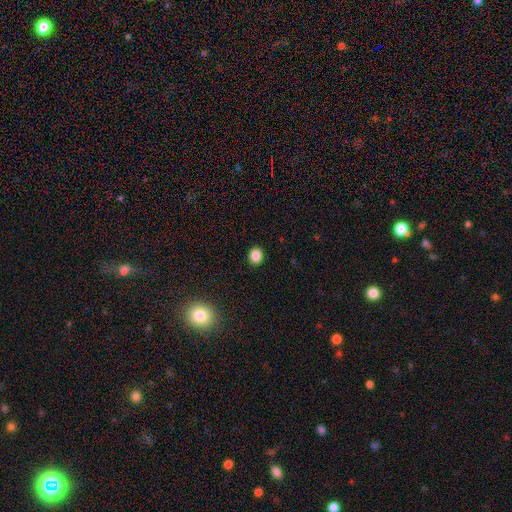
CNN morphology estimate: Smooth or featured? Predicted: smooth (p=0.85). How rounded? Predicted: round (p=0.63). Merging? Predicted: none (p=0.91).